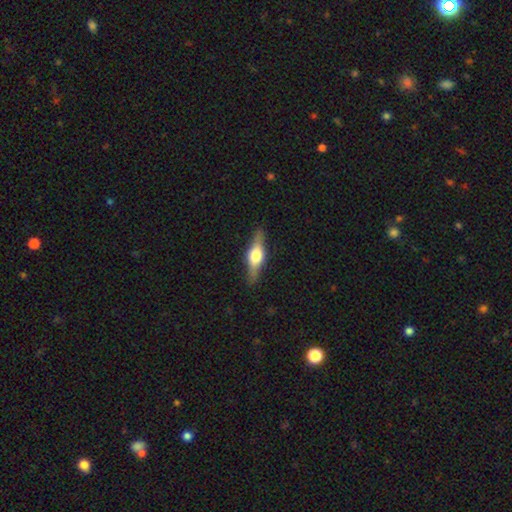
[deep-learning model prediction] A featured or disk galaxy (63%) viewed edge-on (95%) with a rounded central bulge (93%). Merging: none (87%).